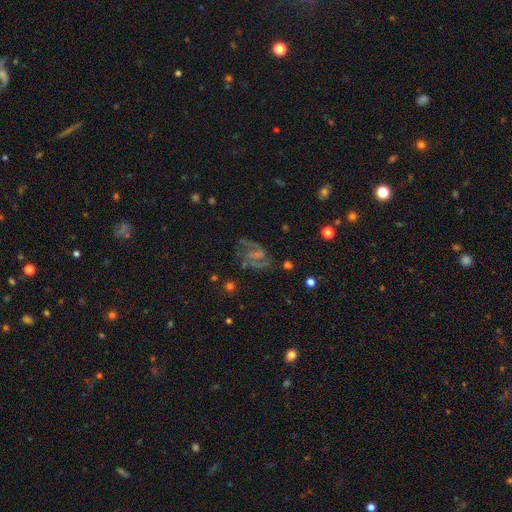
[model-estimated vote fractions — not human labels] Smooth or featured? Predicted: featured or disk (p=0.67). Edge-on disk? Predicted: no (p=0.97). Bar? Predicted: weak (p=0.43). Spiral arms? Predicted: yes (p=0.82). Spiral winding? Predicted: medium (p=0.47). Spiral arm count? Predicted: 2 (p=0.69). Bulge size? Predicted: none (p=0.52). Merging? Predicted: none (p=0.55).